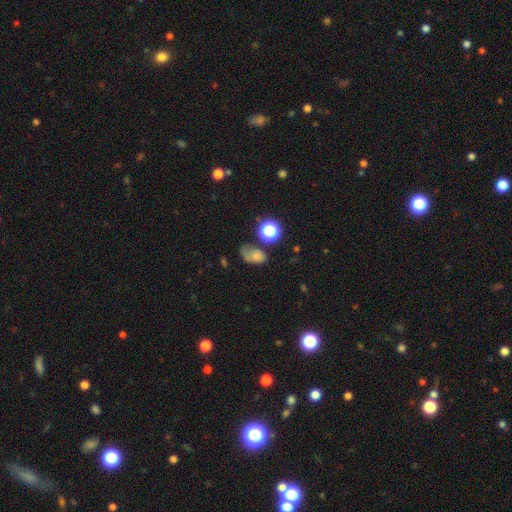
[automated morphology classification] This appears to be a smooth galaxy with no disk features (59%) that is in between round and cigar-shaped (68%). Merging: major disturbance (32%, tied with none).